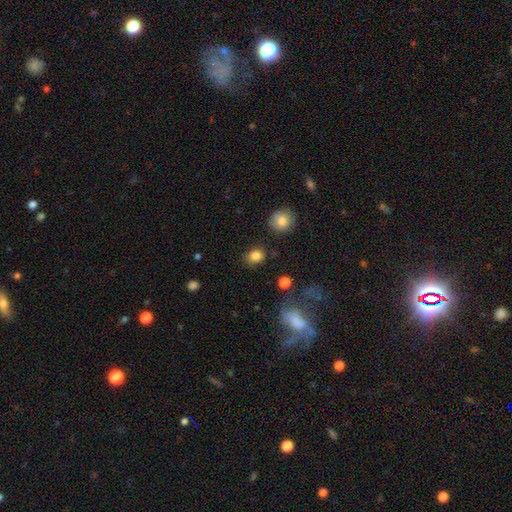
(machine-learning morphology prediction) smooth-or-featured: smooth: 84% | star or artifact: 11% | featured or disk: 5%
  how-rounded: round: 60% | in between: 39% | cigar-shaped: 1%
  merging: none: 83% | minor disturbance: 11% | major disturbance: 3% | merger: 2%